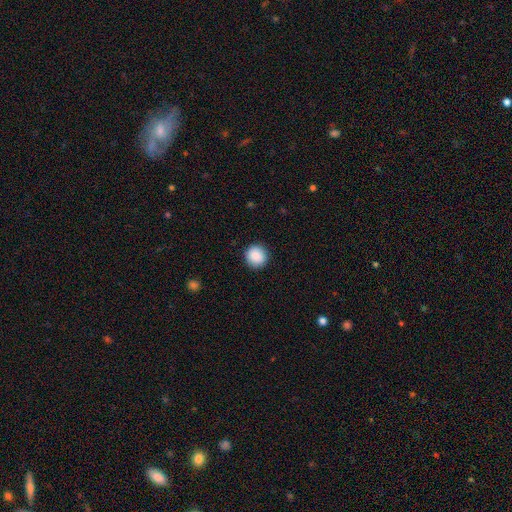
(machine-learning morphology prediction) Overall: smooth (89%). How rounded: round (94%). Merging: none (92%).